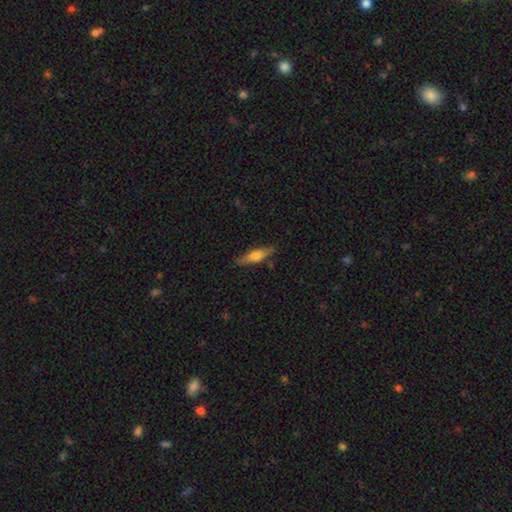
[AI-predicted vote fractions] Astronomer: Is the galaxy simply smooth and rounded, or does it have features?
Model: smooth — 55% (runner-up: featured or disk, 39%).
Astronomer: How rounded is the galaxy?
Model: cigar-shaped — 68%.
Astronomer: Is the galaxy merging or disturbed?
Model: none — 84%.